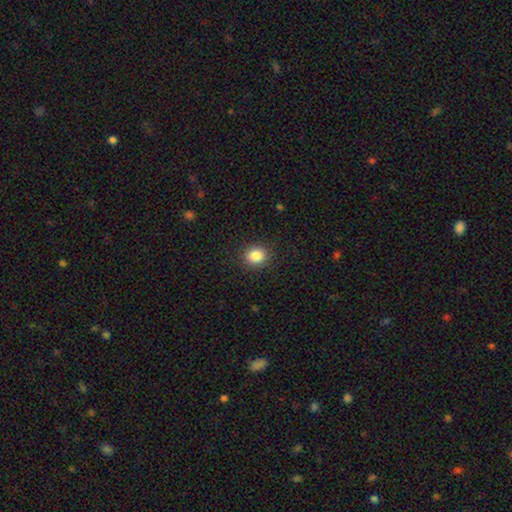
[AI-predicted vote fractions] smooth-or-featured: smooth: 85% | star or artifact: 10% | featured or disk: 4%
  how-rounded: round: 78% | in between: 21% | cigar-shaped: 1%
  merging: none: 90% | minor disturbance: 7% | major disturbance: 2% | merger: 1%